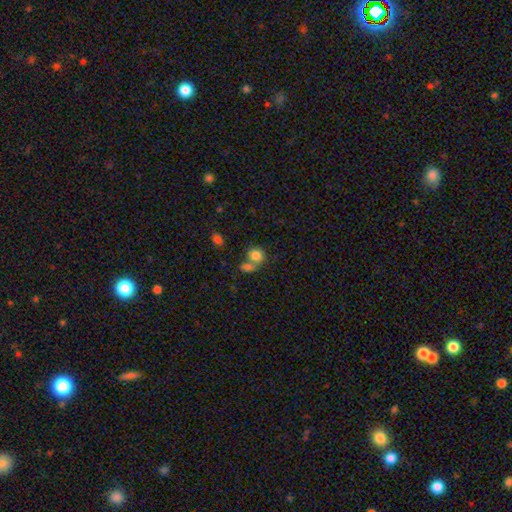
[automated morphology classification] Overall: smooth (81%). How rounded: round (74%). Merging: none (45%; merger 41%).